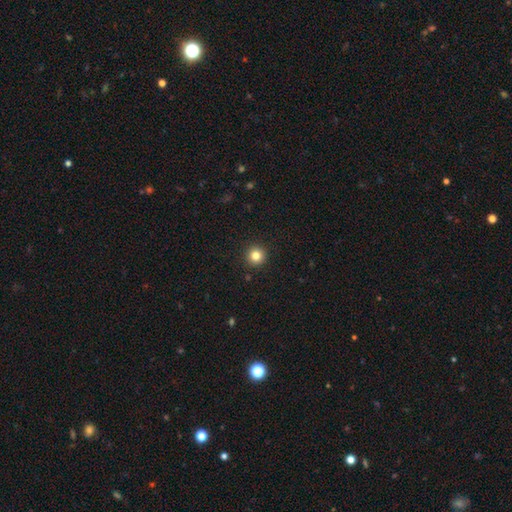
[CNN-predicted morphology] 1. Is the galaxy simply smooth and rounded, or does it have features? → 83% smooth, 12% star or artifact, 6% featured or disk.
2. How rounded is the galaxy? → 96% round, 3% in between, 1% cigar-shaped.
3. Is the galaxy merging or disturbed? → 93% none, 4% minor disturbance, 2% major disturbance, 1% merger.